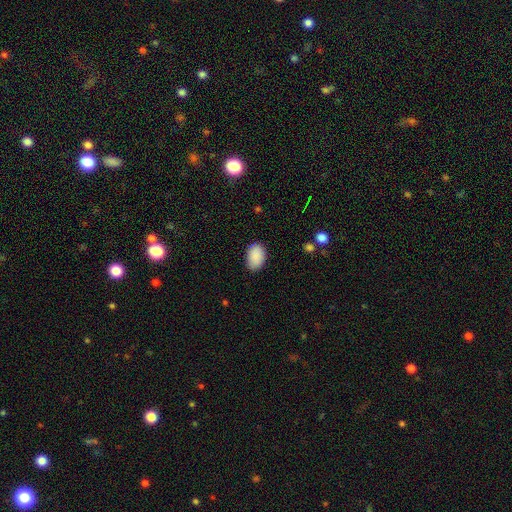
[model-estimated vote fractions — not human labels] Smooth or featured? smooth (90%)
How rounded? in between (89%)
Merging? none (84%)